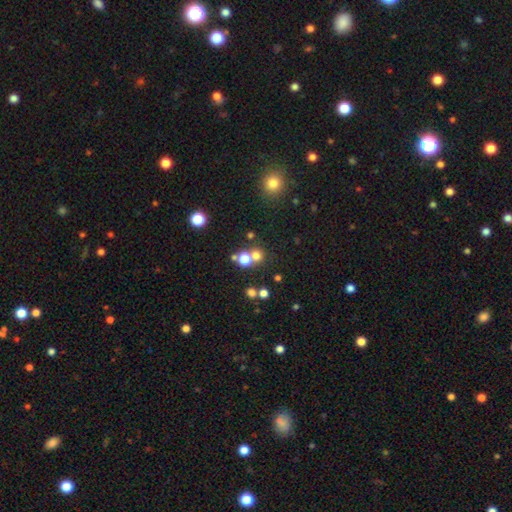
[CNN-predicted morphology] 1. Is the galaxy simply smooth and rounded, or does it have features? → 68% smooth, 22% star or artifact, 10% featured or disk.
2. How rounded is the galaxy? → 87% round, 12% in between, 1% cigar-shaped.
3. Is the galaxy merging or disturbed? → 57% none, 32% merger, 7% minor disturbance, 4% major disturbance.